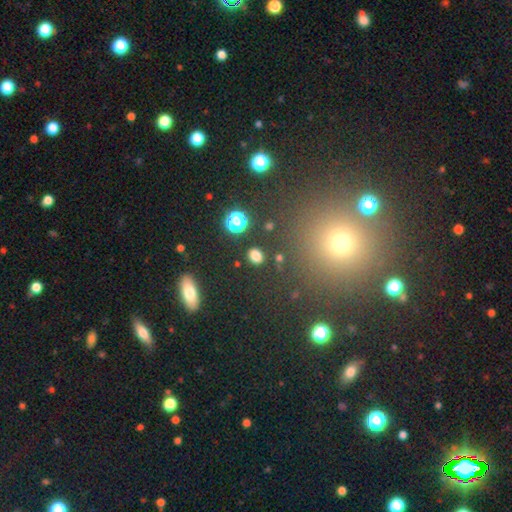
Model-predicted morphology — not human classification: This is likely a smooth galaxy (79%). How rounded: possibly in between (51%). Merging: clearly none (86%).